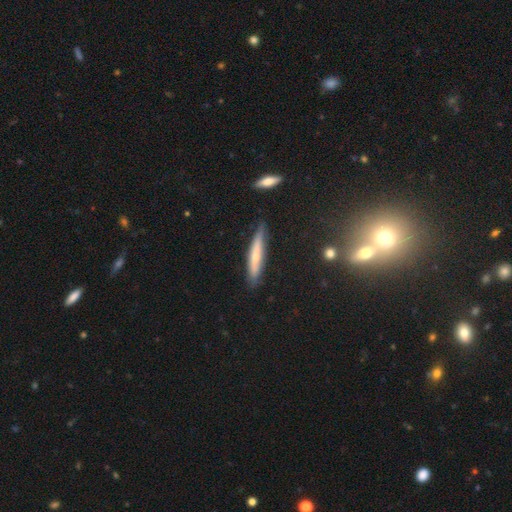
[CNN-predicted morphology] A smooth galaxy with no disk features (58%) that is cigar-shaped (91%). Merging: none (82%).